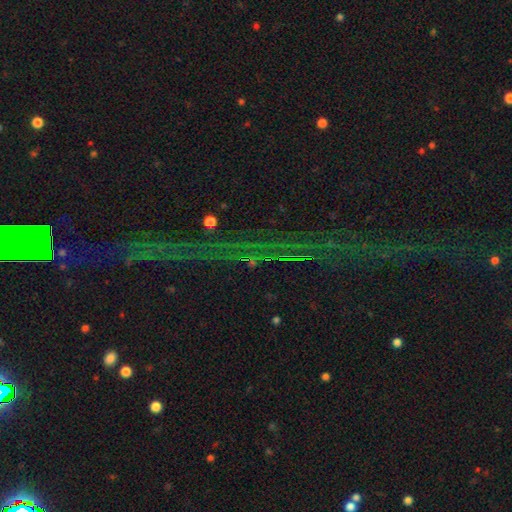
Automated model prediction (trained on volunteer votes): Smooth or featured: star or artifact — 79% (featured or disk — 13%)